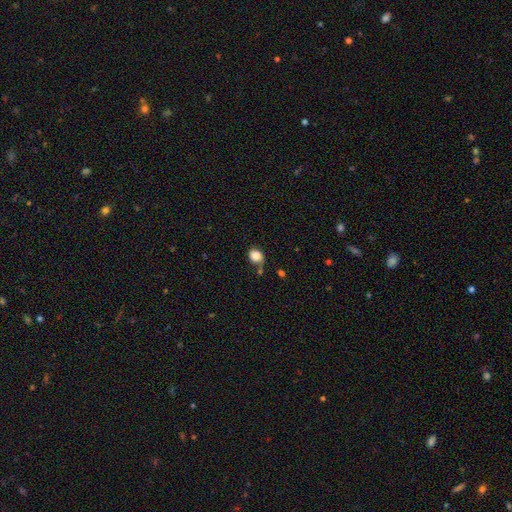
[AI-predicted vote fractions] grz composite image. It shows a smooth galaxy with no disk features (86%) that is round (60%). Merging: none (55%).